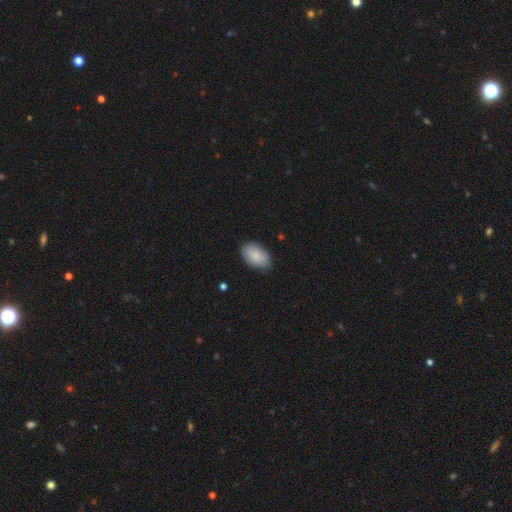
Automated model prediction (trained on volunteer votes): This is clearly a smooth galaxy (85%). How rounded: clearly in between (93%). Merging: clearly none (84%).